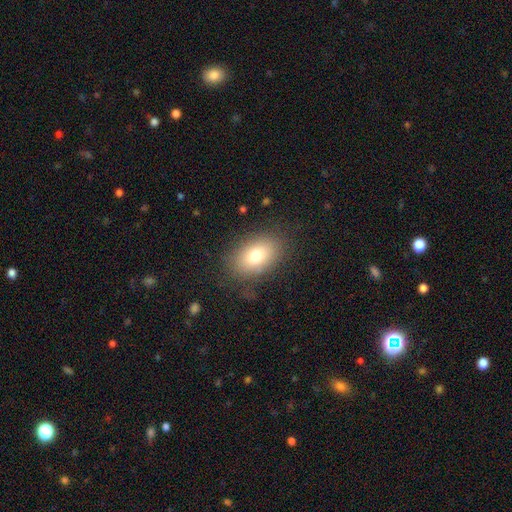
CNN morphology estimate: Q: Smooth or featured?
A: smooth (76%); runner-up: featured or disk (14%)
Q: How rounded?
A: in between (85%); runner-up: round (14%)
Q: Merging?
A: none (81%); runner-up: minor disturbance (13%)